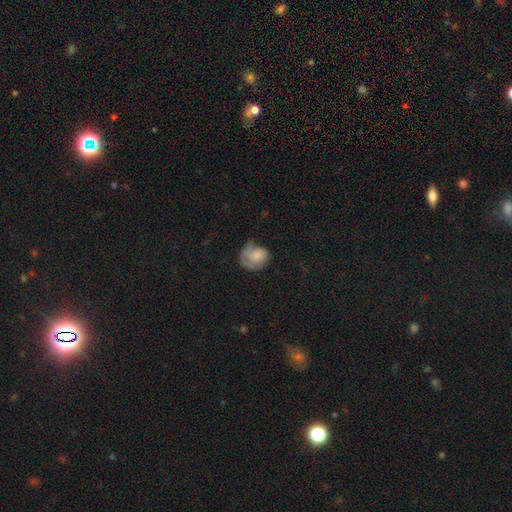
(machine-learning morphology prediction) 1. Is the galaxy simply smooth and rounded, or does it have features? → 58% smooth, 34% featured or disk, 8% star or artifact.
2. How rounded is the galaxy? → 61% round, 38% in between, 1% cigar-shaped.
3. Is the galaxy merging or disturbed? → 38% none, 32% minor disturbance, 27% major disturbance, 2% merger.